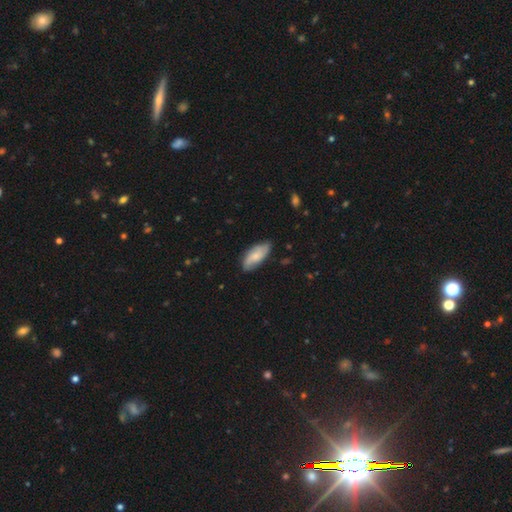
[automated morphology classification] Smooth or featured? smooth (57%)
How rounded? in between (83%)
Merging? none (77%)